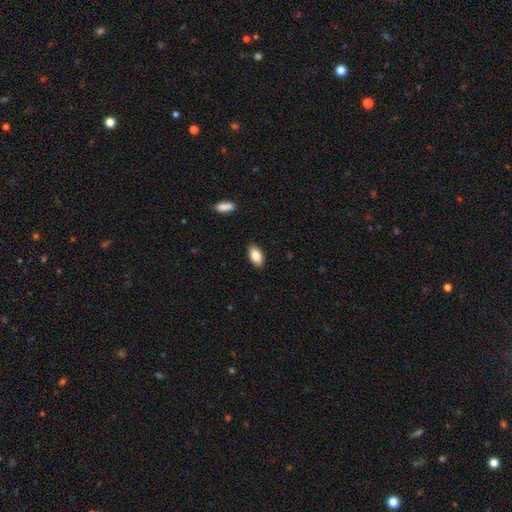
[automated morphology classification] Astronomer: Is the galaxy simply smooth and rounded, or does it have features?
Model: smooth — 85%.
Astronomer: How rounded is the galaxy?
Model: in between — 92%.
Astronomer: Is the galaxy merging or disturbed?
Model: none — 88%.